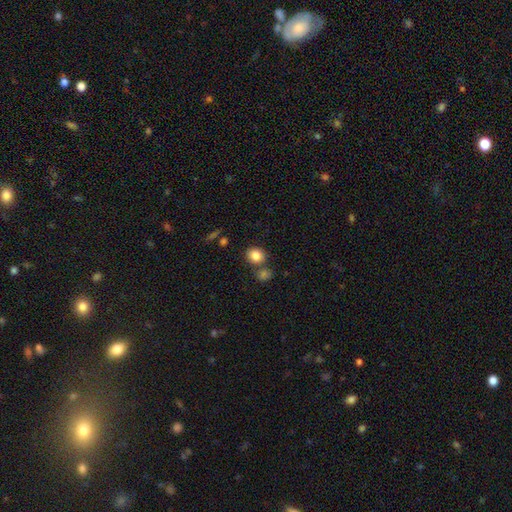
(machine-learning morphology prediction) The model was most divided on "how rounded": round: 70%, in between: 29%, cigar-shaped: 1%. More confident: smooth or featured — smooth (84%); merging — none (68%).